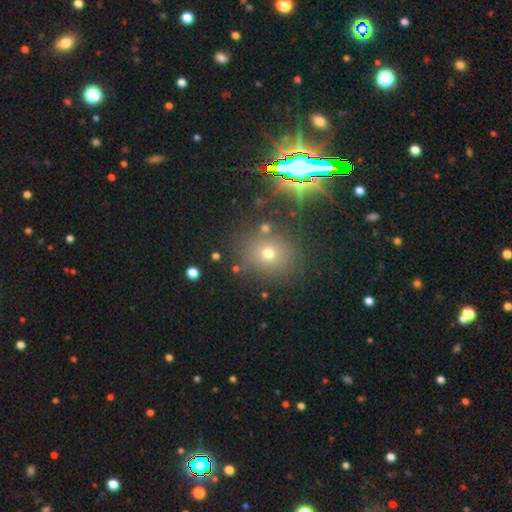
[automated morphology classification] Smooth or featured: smooth — 47% (star or artifact — 41%)
Merging: none — 86% (minor disturbance — 8%)